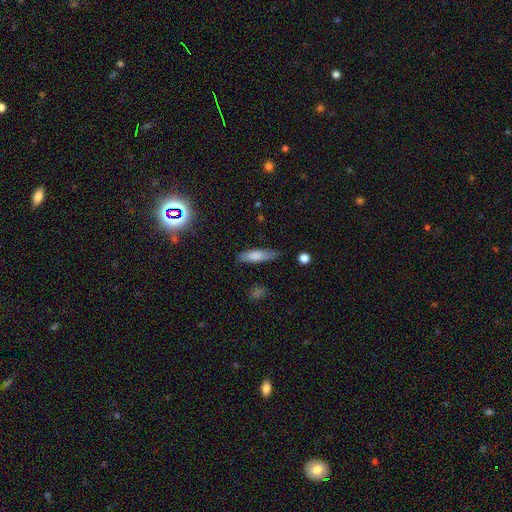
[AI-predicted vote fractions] smooth_or_featured: smooth (p=0.77) [alt: featured or disk p=0.16]
how_rounded: cigar-shaped (p=0.62) [alt: in between p=0.36]
merging: none (p=0.79) [alt: minor disturbance p=0.16]